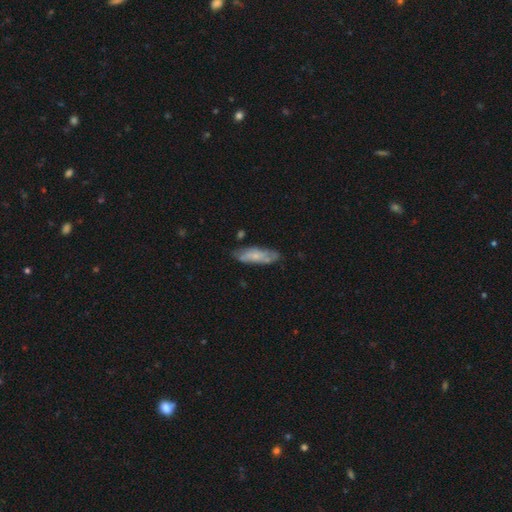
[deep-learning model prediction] Q: Smooth or featured?
A: smooth (56%); runner-up: featured or disk (38%)
Q: How rounded?
A: in between (50%); runner-up: cigar-shaped (48%)
Q: Merging?
A: none (65%); runner-up: minor disturbance (25%)